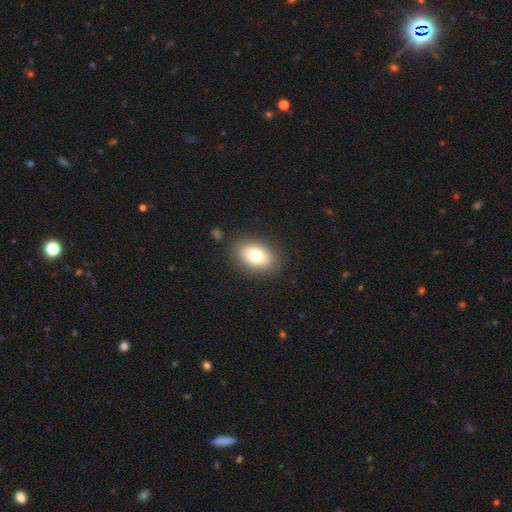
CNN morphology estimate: Smooth or featured?
  - smooth: 76% *
  - featured or disk: 15%
  - star or artifact: 9%
How rounded?
  - in between: 83% *
  - round: 15%
  - cigar-shaped: 1%
Merging?
  - none: 86% *
  - minor disturbance: 9%
  - major disturbance: 3%
  - merger: 2%